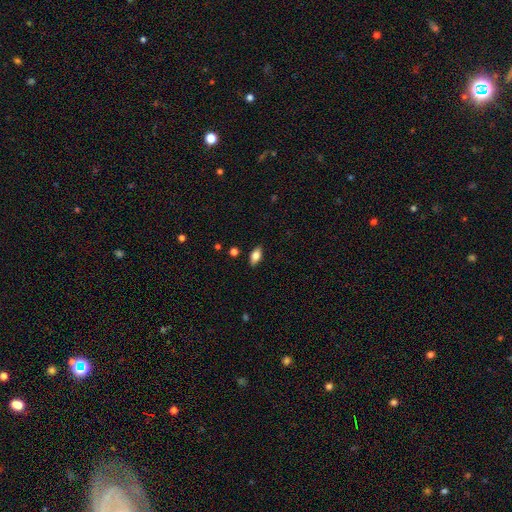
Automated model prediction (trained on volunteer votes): Morphology: type=smooth (75%); roundness=in between (88%); merging=none (87%).